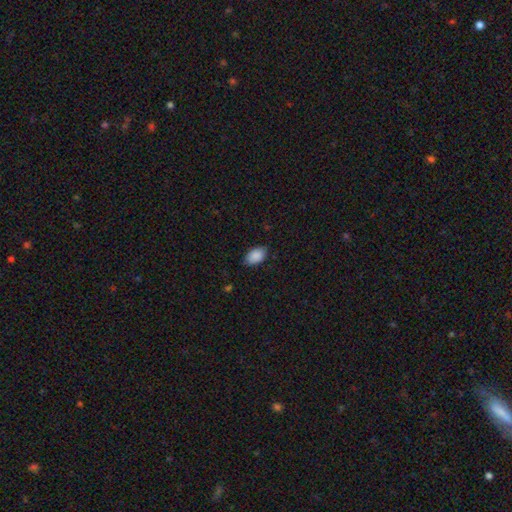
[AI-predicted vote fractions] Smooth or featured: smooth — 90% (star or artifact — 7%)
How rounded: in between — 91% (round — 7%)
Merging: none — 82% (minor disturbance — 14%)